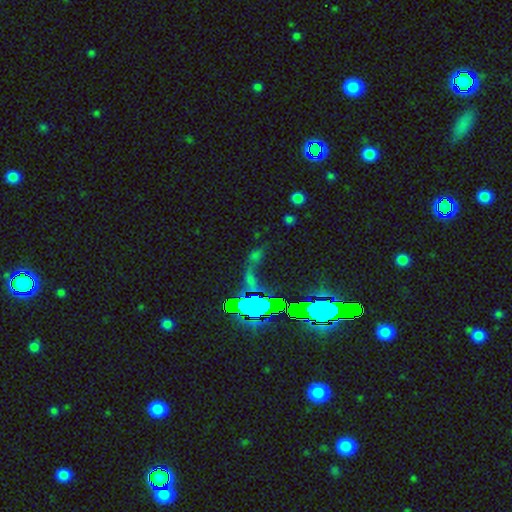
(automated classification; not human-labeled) A star or artifact, not a galaxy (55%).

Vote fractions:
- Smooth or featured? star or artifact: 55% / smooth: 27% / featured or disk: 18%